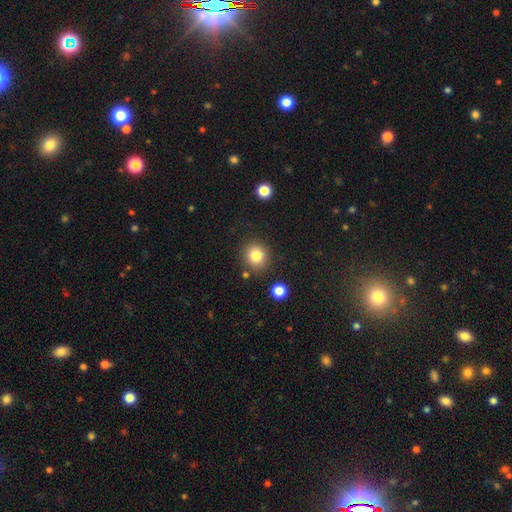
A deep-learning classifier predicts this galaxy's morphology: Smooth or featured: smooth — 82% (star or artifact — 11%)
How rounded: round — 86% (in between — 13%)
Merging: none — 85% (minor disturbance — 8%)